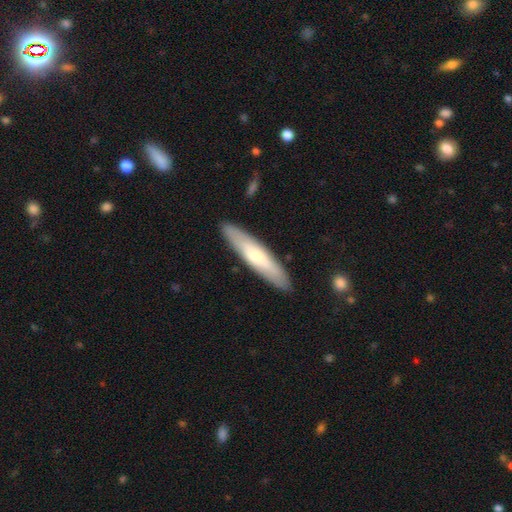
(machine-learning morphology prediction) A smooth galaxy with no disk features (57%) that is cigar-shaped (83%). Merging: none (89%).